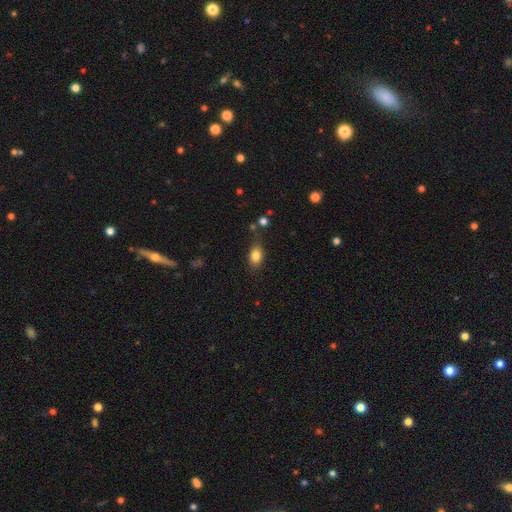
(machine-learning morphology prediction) This appears to be a smooth galaxy with no disk features (83%) that is in between round and cigar-shaped (79%). Merging: none (71%).